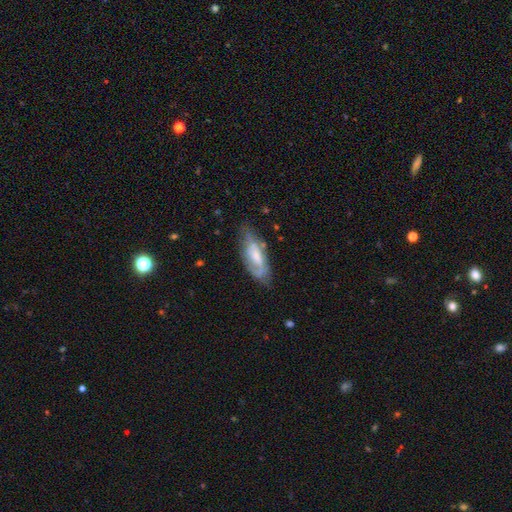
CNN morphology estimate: The model was most divided on "smooth or featured": featured or disk: 54%, smooth: 39%, star or artifact: 7%. More confident: edge-on disk — no (82%); merging — none (53%).